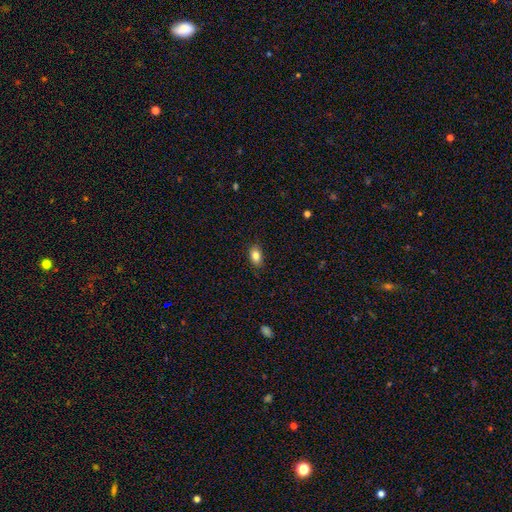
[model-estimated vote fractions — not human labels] This is clearly a smooth galaxy (83%). How rounded: clearly in between (87%). Merging: clearly none (87%).